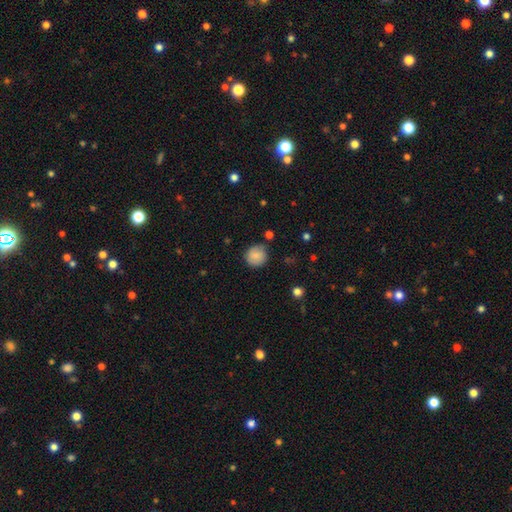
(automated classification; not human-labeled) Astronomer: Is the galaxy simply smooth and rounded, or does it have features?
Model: smooth — 81%.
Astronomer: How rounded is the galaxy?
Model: round — 90%.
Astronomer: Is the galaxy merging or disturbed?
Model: none — 81%.